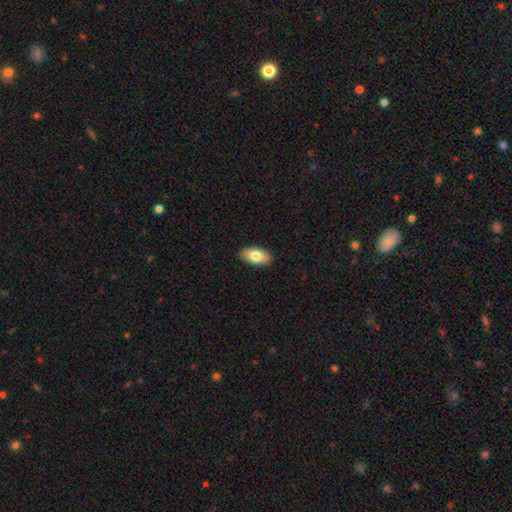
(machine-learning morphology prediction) This appears to be a smooth galaxy with no disk features (80%) that is in between round and cigar-shaped (93%). Merging: none (90%).